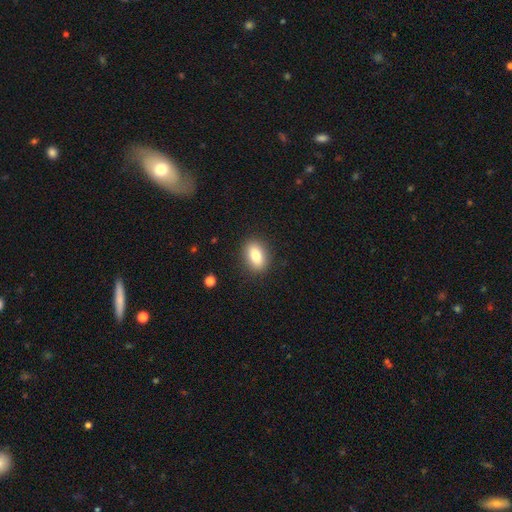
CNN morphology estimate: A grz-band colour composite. It shows a smooth galaxy with no disk features (79%) that is in between round and cigar-shaped (80%). Merging: none (88%).